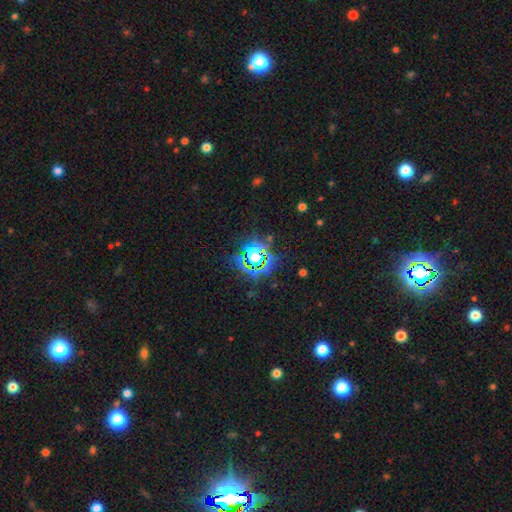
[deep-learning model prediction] Smooth or featured? Predicted: star or artifact (p=0.69).